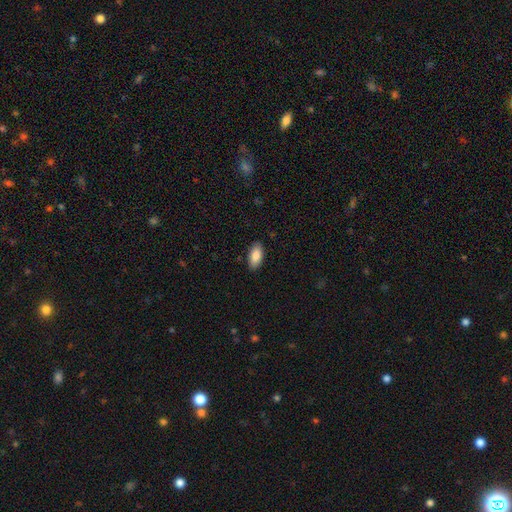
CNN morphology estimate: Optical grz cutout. It shows a smooth galaxy with no disk features (85%) that is in between round and cigar-shaped (92%). Merging: none (88%).